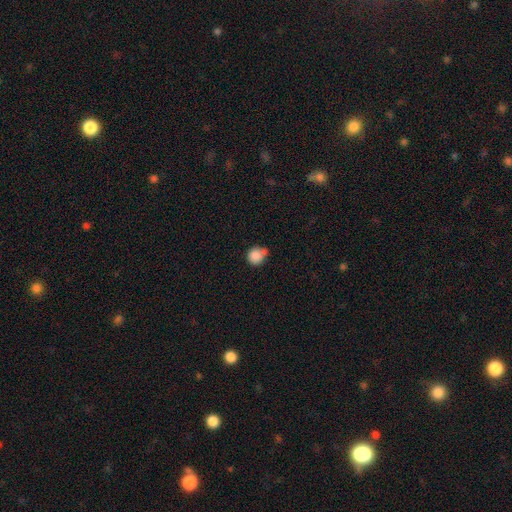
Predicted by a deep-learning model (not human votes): Smooth or featured? smooth (85%)
How rounded? round (87%)
Merging? none (50%)